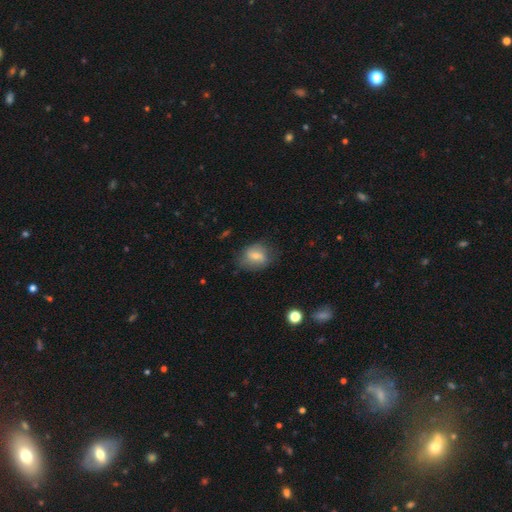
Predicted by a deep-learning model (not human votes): Smooth or featured? smooth (61%)
How rounded? in between (53%)
Merging? none (65%)